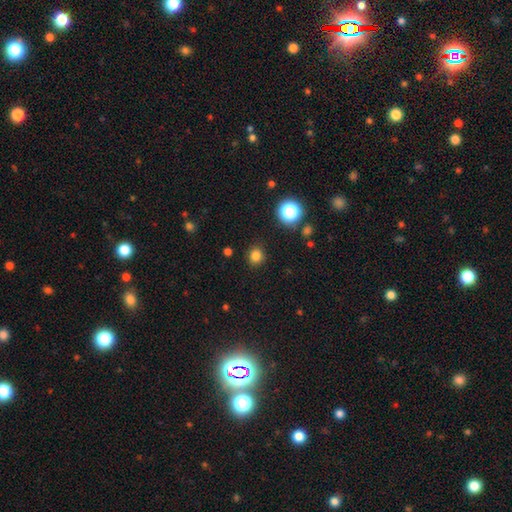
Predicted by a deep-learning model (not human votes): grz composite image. It shows a smooth galaxy with no disk features (81%) that is round (87%). Merging: none (89%).